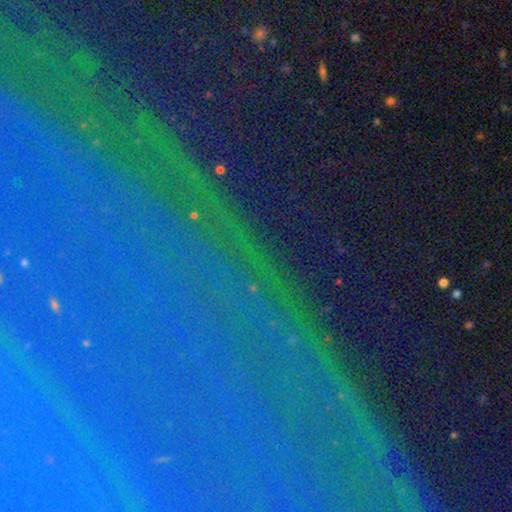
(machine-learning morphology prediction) Q: Smooth or featured?
A: star or artifact (85%); runner-up: smooth (7%)